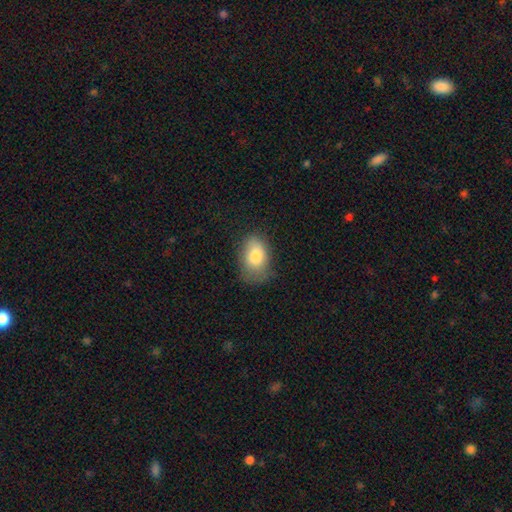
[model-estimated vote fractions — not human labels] Q: Smooth or featured?
A: smooth (80%); runner-up: featured or disk (12%)
Q: How rounded?
A: in between (85%); runner-up: round (14%)
Q: Merging?
A: none (62%); runner-up: minor disturbance (28%)